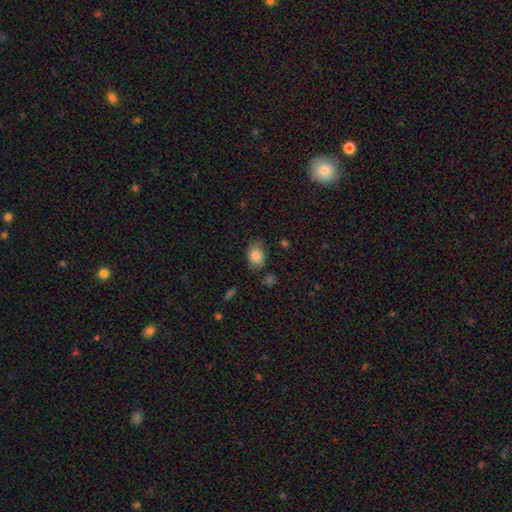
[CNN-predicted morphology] Smooth or featured?
  - smooth: 84% *
  - star or artifact: 9%
  - featured or disk: 7%
How rounded?
  - in between: 71% *
  - round: 28%
  - cigar-shaped: 1%
Merging?
  - none: 75% *
  - minor disturbance: 18%
  - major disturbance: 4%
  - merger: 3%